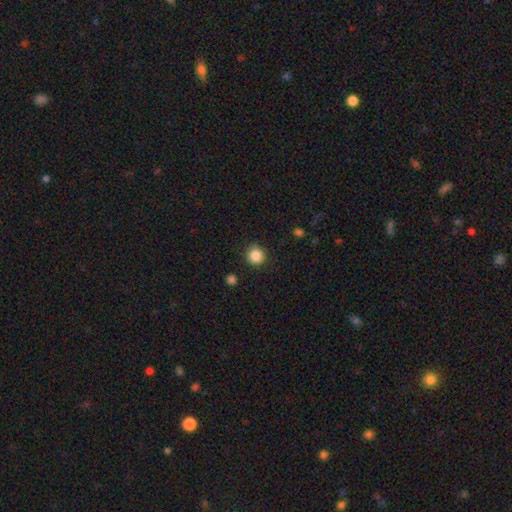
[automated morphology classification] smooth_or_featured: smooth (p=0.86) [alt: star or artifact p=0.10]
how_rounded: round (p=0.93) [alt: in between p=0.06]
merging: none (p=0.86) [alt: minor disturbance p=0.10]